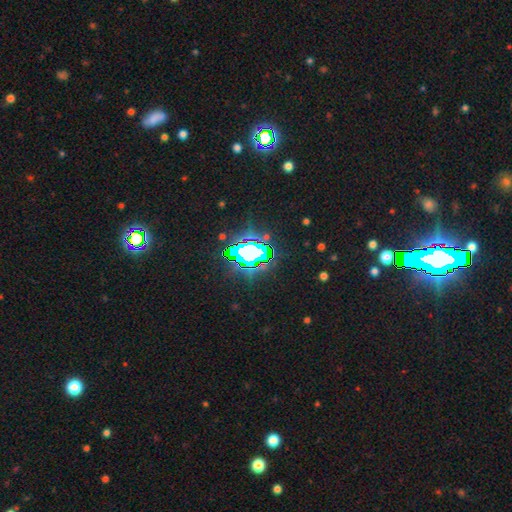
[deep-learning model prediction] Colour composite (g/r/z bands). It shows a star or artifact, not a galaxy (76%).